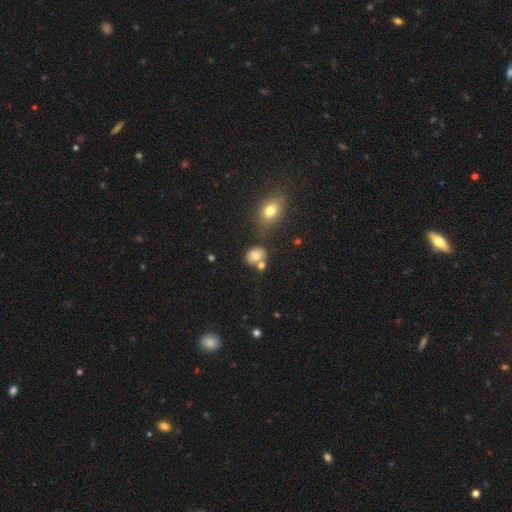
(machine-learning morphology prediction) The model was most divided on "how rounded": round: 58%, in between: 41%, cigar-shaped: 1%. More confident: smooth or featured — smooth (76%); merging — none (60%).